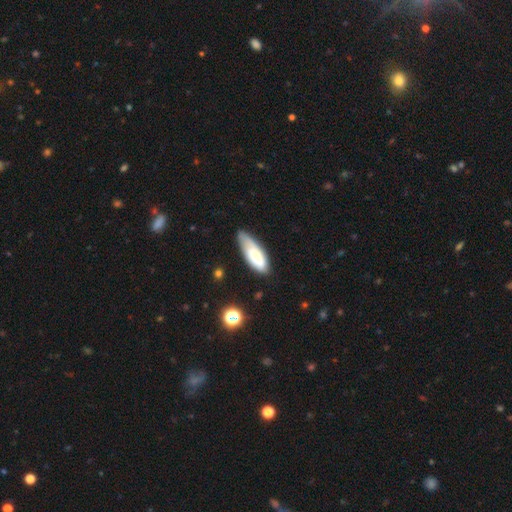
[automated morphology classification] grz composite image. It shows a smooth galaxy with no disk features (62%) that is in between round and cigar-shaped (69%). Merging: none (58%).